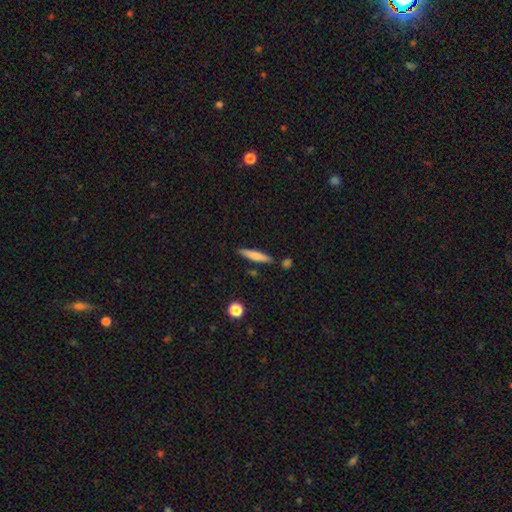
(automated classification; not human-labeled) smooth-or-featured: smooth: 69% | featured or disk: 24% | star or artifact: 6%
  how-rounded: cigar-shaped: 90% | in between: 8% | round: 2%
  merging: none: 85% | minor disturbance: 10% | merger: 4% | major disturbance: 2%